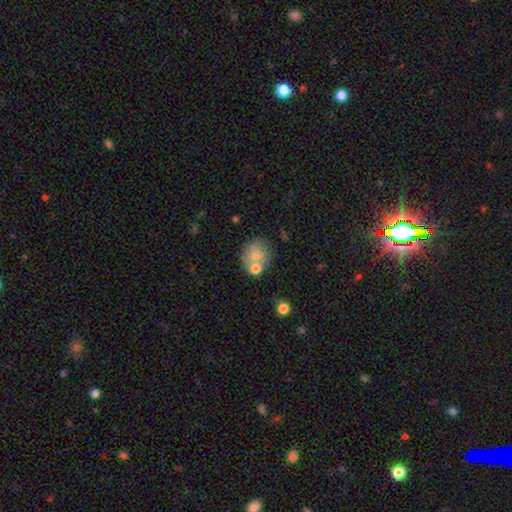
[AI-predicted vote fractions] Smooth or featured? Predicted: smooth (p=0.72). How rounded? Predicted: round (p=0.75). Merging? Predicted: none (p=0.56).